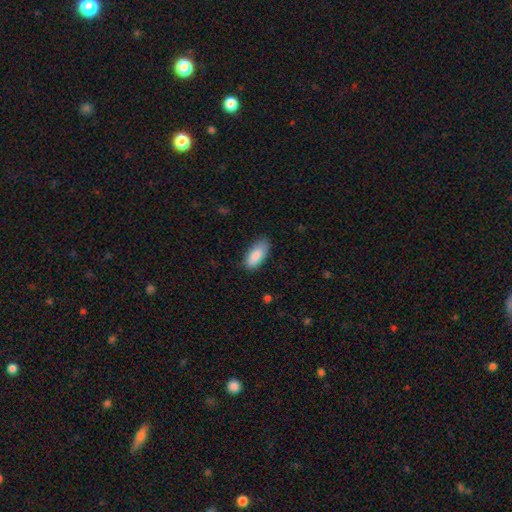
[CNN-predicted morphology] This is clearly a smooth galaxy (88%). How rounded: clearly in between (89%). Merging: likely none (80%).